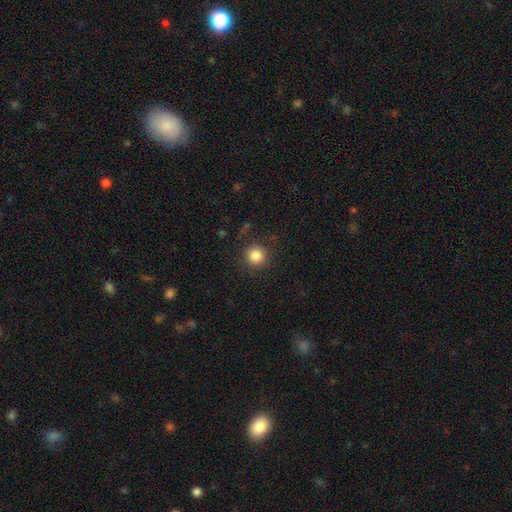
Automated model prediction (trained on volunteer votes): A smooth galaxy with no disk features (85%) that is round (94%).

Vote fractions:
- Smooth or featured? smooth: 85% / star or artifact: 11% / featured or disk: 5%
- How rounded? round: 94% / in between: 5% / cigar-shaped: 1%
- Merging? none: 88% / minor disturbance: 7% / major disturbance: 3% / merger: 1%